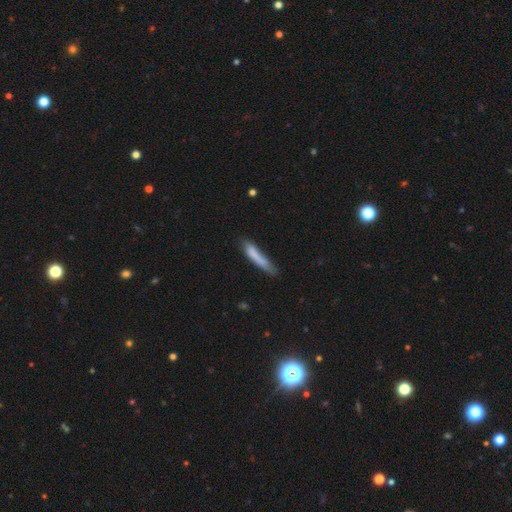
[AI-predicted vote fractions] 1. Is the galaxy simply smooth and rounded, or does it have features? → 76% smooth, 17% featured or disk, 7% star or artifact.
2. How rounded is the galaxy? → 89% cigar-shaped, 10% in between, 1% round.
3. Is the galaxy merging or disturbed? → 57% none, 29% minor disturbance, 9% major disturbance, 5% merger.